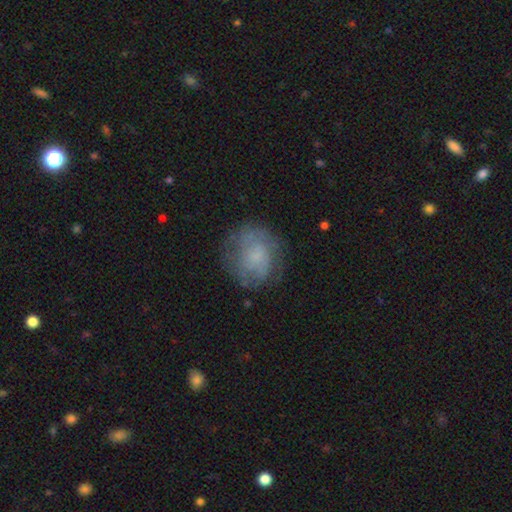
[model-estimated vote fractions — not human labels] This is possibly a smooth galaxy (45%). Merging: likely none (70%).